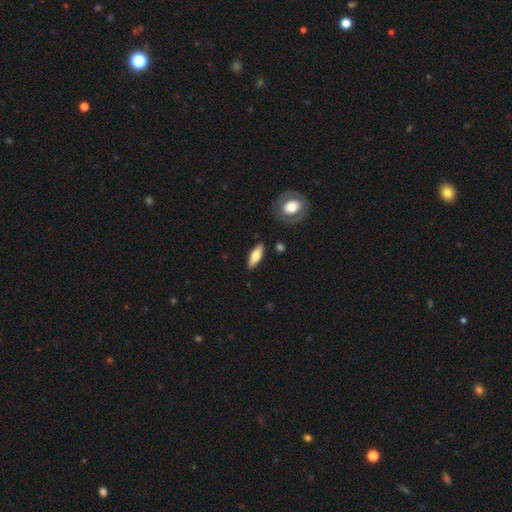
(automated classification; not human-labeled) Smooth or featured?
  - smooth: 67% *
  - featured or disk: 28%
  - star or artifact: 6%
How rounded?
  - in between: 62% *
  - cigar-shaped: 36%
  - round: 3%
Merging?
  - none: 86% *
  - minor disturbance: 9%
  - major disturbance: 2%
  - merger: 2%